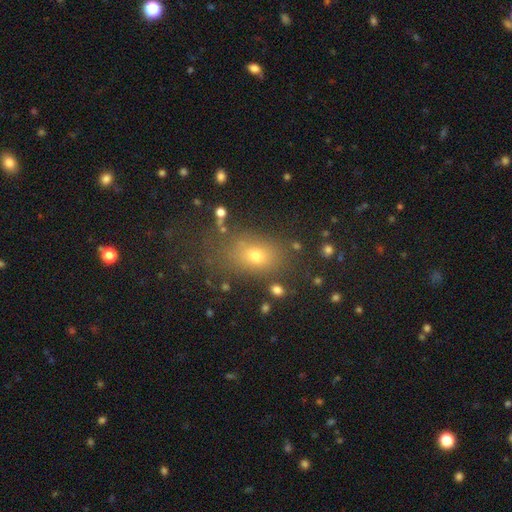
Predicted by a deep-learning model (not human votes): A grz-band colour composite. It shows a smooth galaxy with no disk features (72%) that is in between round and cigar-shaped (73%). Merging: none (70%).